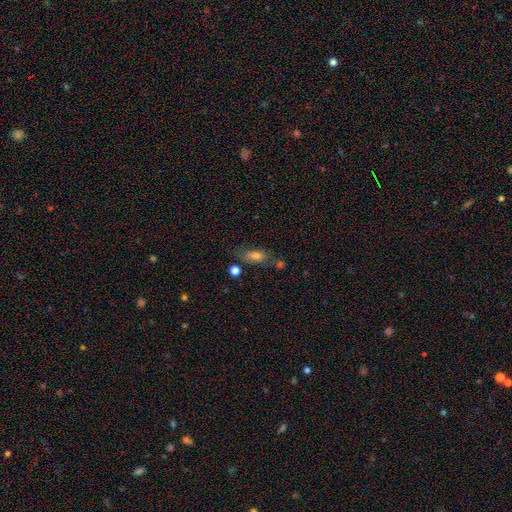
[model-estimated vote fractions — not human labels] A smooth galaxy with no disk features (67%) that is in between round and cigar-shaped (74%).

Vote fractions:
- Smooth or featured? smooth: 67% / featured or disk: 18% / star or artifact: 15%
- How rounded? in between: 74% / cigar-shaped: 19% / round: 7%
- Merging? none: 62% / minor disturbance: 18% / merger: 13% / major disturbance: 7%